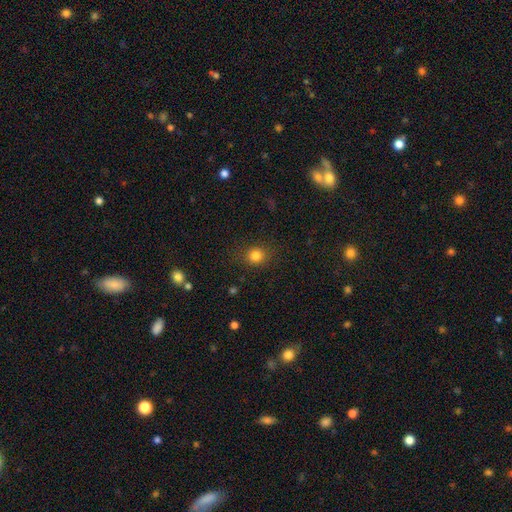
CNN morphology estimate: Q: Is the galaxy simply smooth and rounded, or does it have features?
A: smooth — 82%.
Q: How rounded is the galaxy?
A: round — 81%.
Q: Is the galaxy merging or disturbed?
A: none — 85%.